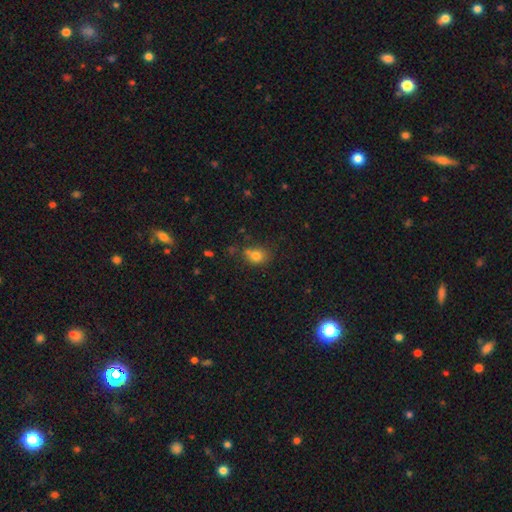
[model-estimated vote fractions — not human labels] Morphology: type=smooth (78%); roundness=round (56%); merging=none (59%).